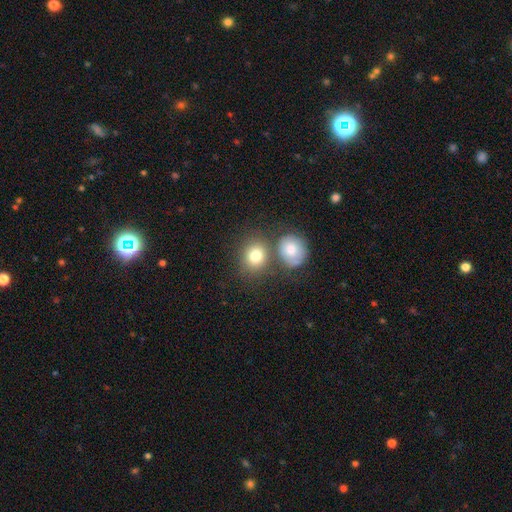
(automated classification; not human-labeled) Smooth or featured? Predicted: smooth (p=0.79). How rounded? Predicted: round (p=0.74). Merging? Predicted: none (p=0.60).